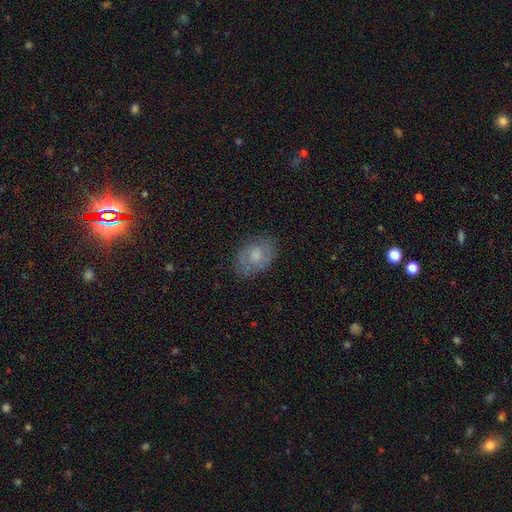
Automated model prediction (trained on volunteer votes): Smooth or featured? smooth (49%)
Merging? none (75%)